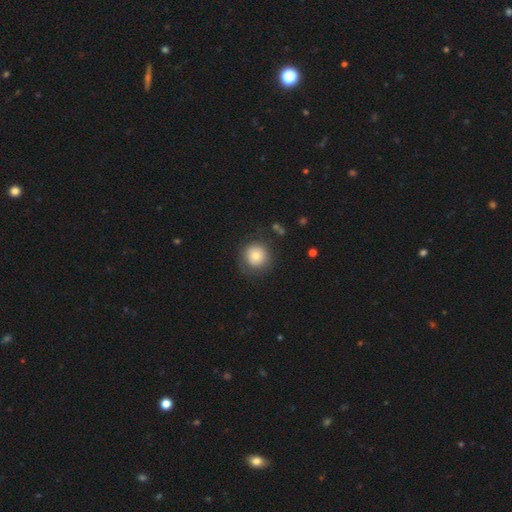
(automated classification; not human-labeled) This is likely a smooth galaxy (76%). How rounded: clearly round (93%). Merging: likely none (75%).